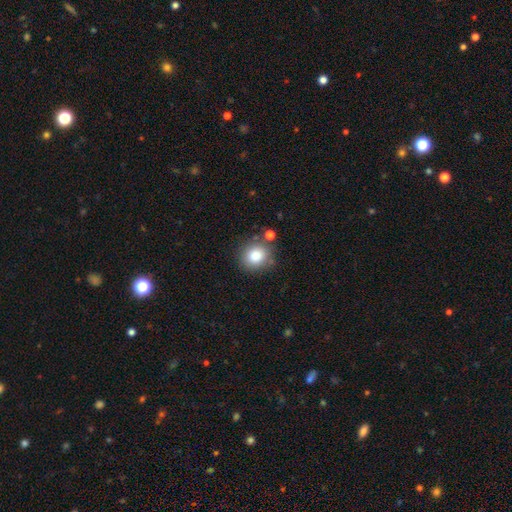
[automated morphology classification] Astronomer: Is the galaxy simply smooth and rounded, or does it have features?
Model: smooth — 83%.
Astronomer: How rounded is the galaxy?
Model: round — 82%.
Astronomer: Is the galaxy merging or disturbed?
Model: none — 78%.